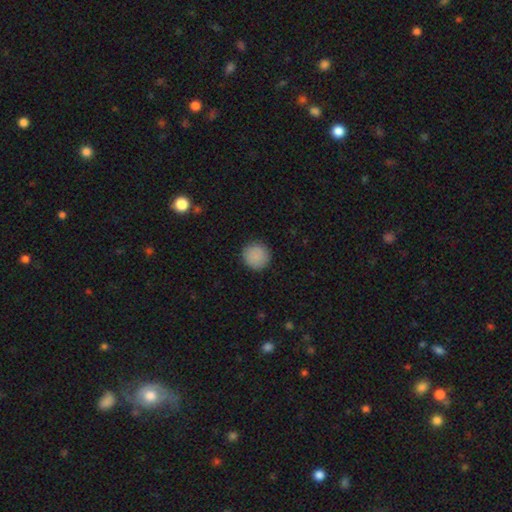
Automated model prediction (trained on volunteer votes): Smooth or featured: smooth — 89% (star or artifact — 8%)
How rounded: round — 95% (in between — 4%)
Merging: none — 91% (minor disturbance — 6%)